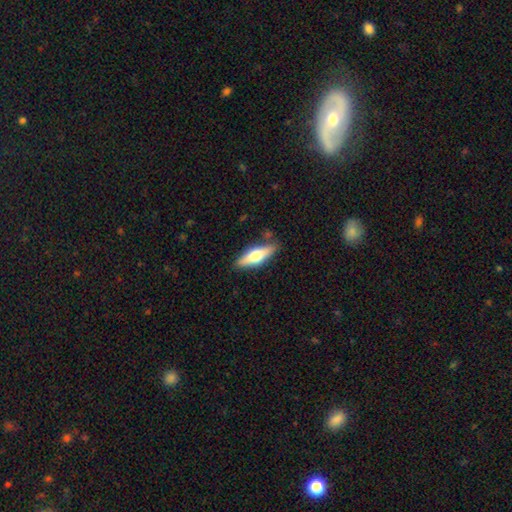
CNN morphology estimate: Smooth or featured? Predicted: smooth (p=0.51). How rounded? Predicted: cigar-shaped (p=0.52). Merging? Predicted: none (p=0.84).